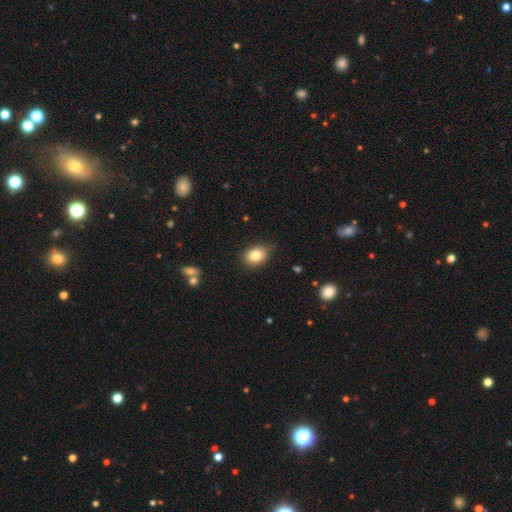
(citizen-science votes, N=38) Smooth or featured? smooth (76%)
How rounded? in between (62%)
Merging? none (84%)